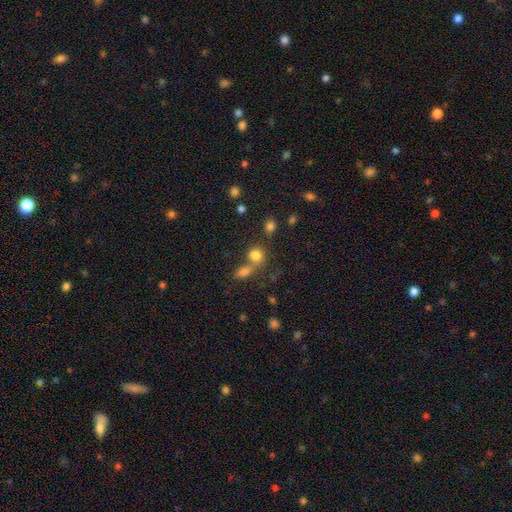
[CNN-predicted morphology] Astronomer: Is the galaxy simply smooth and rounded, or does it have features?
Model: smooth — 79%.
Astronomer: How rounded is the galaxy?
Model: round — 68%.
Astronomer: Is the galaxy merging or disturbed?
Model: none — 47% (runner-up: merger, 40%).